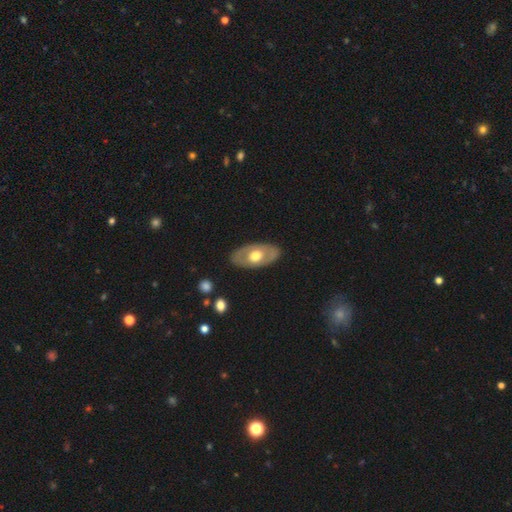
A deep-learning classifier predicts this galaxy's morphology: featured or disk 51%, smooth 44%, star or artifact 5%. Down the decision tree: edge-on disk — no (86%); merging — none (83%).